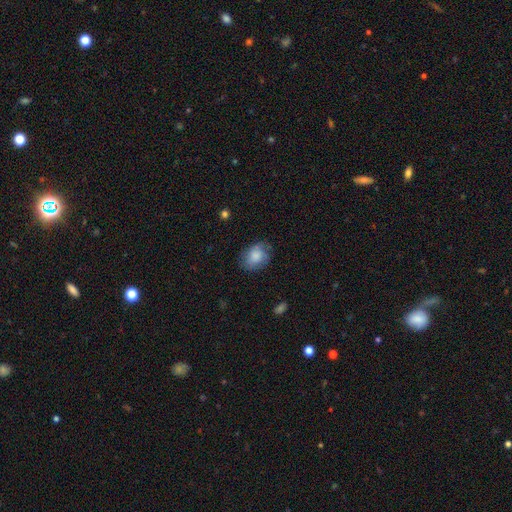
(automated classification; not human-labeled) This is likely a smooth galaxy (73%). How rounded: likely in between (64%). Merging: likely none (67%).